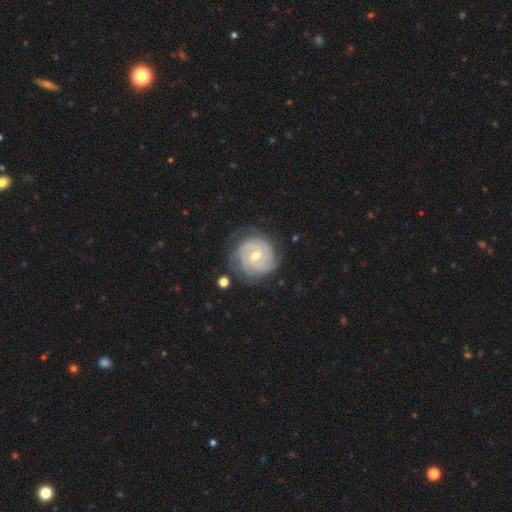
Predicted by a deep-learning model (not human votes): A featured or disk galaxy (84%) with no bar (53%), tight (73%) spiral arms (95%) and a moderate central bulge (52%). Merging: none (72%).